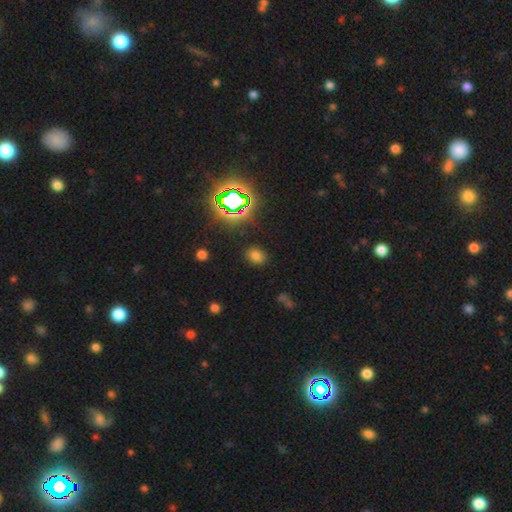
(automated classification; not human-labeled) A smooth galaxy with no disk features (67%) that is in between round and cigar-shaped (63%).

Vote fractions:
- Smooth or featured? smooth: 67% / star or artifact: 25% / featured or disk: 8%
- How rounded? in between: 63% / round: 35% / cigar-shaped: 1%
- Merging? none: 85% / minor disturbance: 9% / major disturbance: 3% / merger: 2%